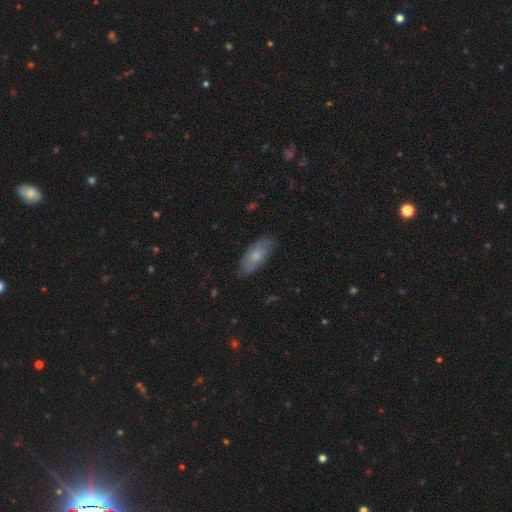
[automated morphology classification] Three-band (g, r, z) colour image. It shows a smooth galaxy with no disk features (68%) that is in between round and cigar-shaped (83%). Merging: none (79%).